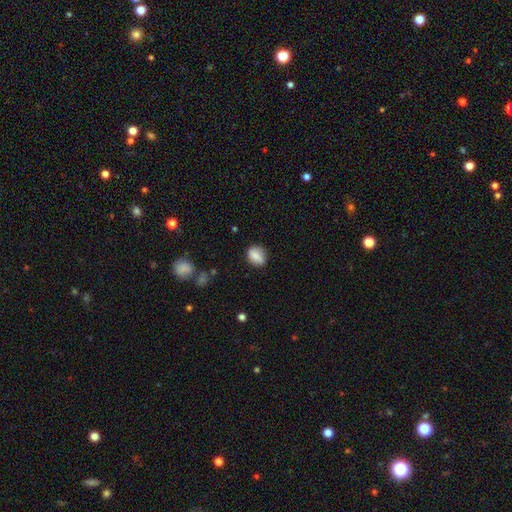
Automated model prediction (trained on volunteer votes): Q: Smooth or featured?
A: smooth (77%); runner-up: featured or disk (14%)
Q: How rounded?
A: in between (53%); runner-up: round (45%)
Q: Merging?
A: none (74%); runner-up: minor disturbance (19%)